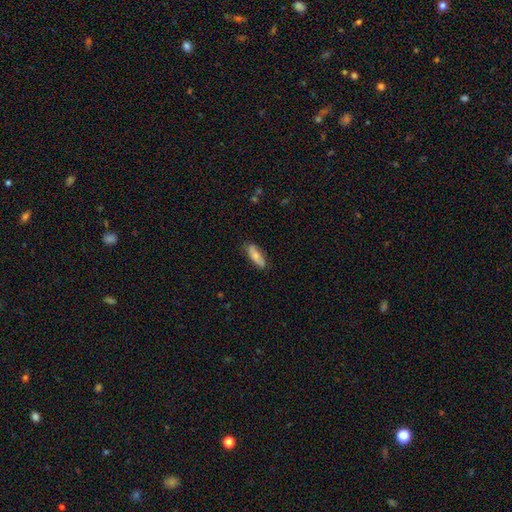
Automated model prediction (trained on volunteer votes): Smooth or featured? Predicted: smooth (p=0.74). How rounded? Predicted: in between (p=0.66). Merging? Predicted: none (p=0.79).